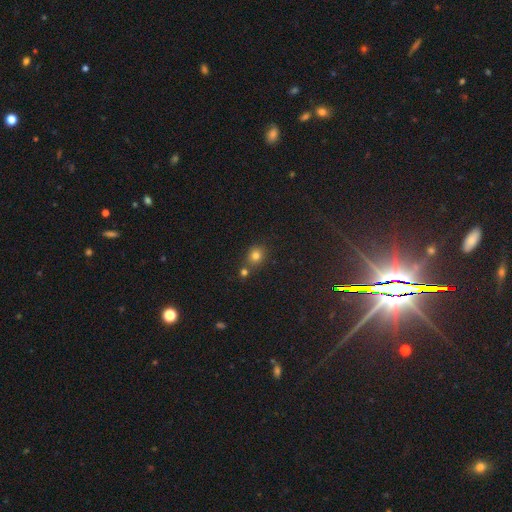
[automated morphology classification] Smooth or featured?
  - smooth: 76% *
  - star or artifact: 16%
  - featured or disk: 8%
How rounded?
  - round: 78% *
  - in between: 21%
  - cigar-shaped: 1%
Merging?
  - none: 61% *
  - merger: 26%
  - minor disturbance: 10%
  - major disturbance: 3%